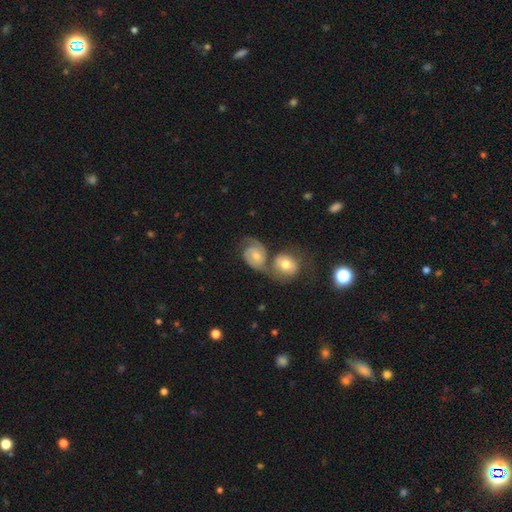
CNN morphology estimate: smooth_or_featured: featured or disk (p=0.76) [alt: smooth p=0.17]
disk_edge_on: no (p=0.98) [alt: yes p=0.02]
bar: no (p=0.63) [alt: weak p=0.31]
has_spiral_arms: yes (p=0.94) [alt: no p=0.06]
spiral_winding: medium (p=0.45) [alt: tight p=0.42]
spiral_arm_count: 2 (p=0.81) [alt: can't tell p=0.07]
bulge_size: moderate (p=0.56) [alt: small p=0.34]
merging: merger (p=0.45) [alt: none p=0.34]